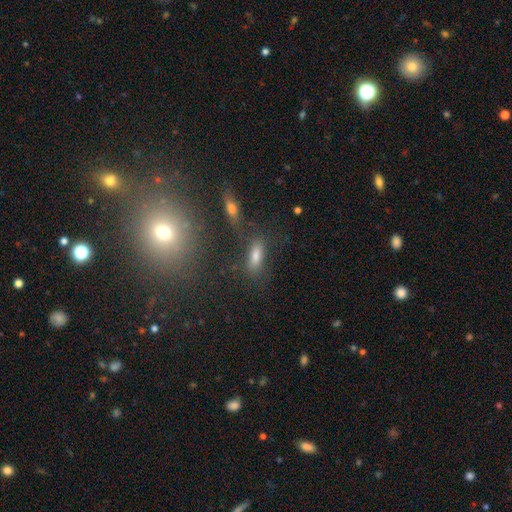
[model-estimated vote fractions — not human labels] This is likely a smooth galaxy (70%). How rounded: likely in between (62%). Merging: likely none (73%).